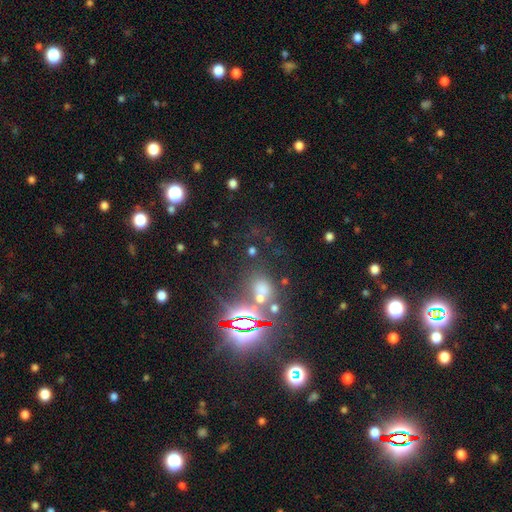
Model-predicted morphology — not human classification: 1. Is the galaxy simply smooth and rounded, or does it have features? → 77% star or artifact, 14% smooth, 9% featured or disk.